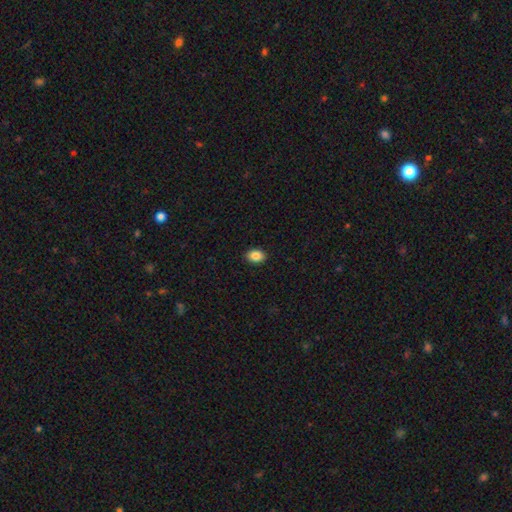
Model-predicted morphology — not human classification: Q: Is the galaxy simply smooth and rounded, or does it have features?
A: smooth — 87%.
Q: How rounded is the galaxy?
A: in between — 78%.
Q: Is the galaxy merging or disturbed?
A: none — 91%.